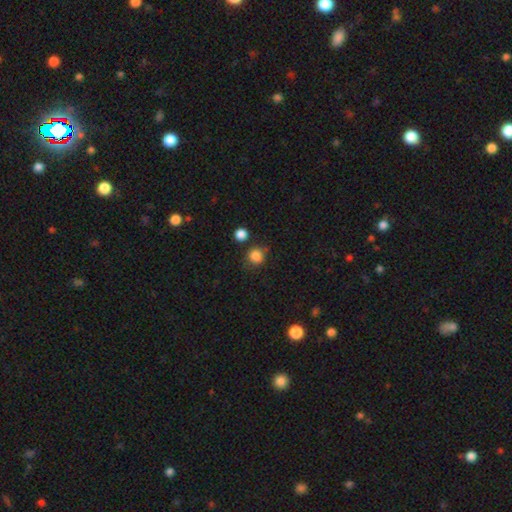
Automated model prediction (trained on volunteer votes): A smooth galaxy with no disk features (84%) that is round (88%). Merging: none (73%).